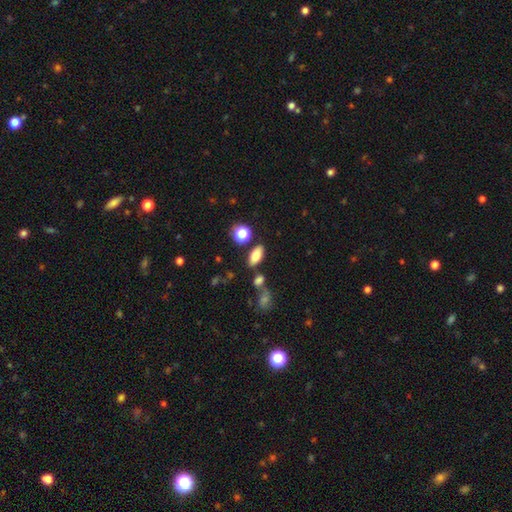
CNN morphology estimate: Smooth or featured: smooth — 75% (featured or disk — 14%)
How rounded: in between — 83% (cigar-shaped — 9%)
Merging: none — 80% (minor disturbance — 10%)